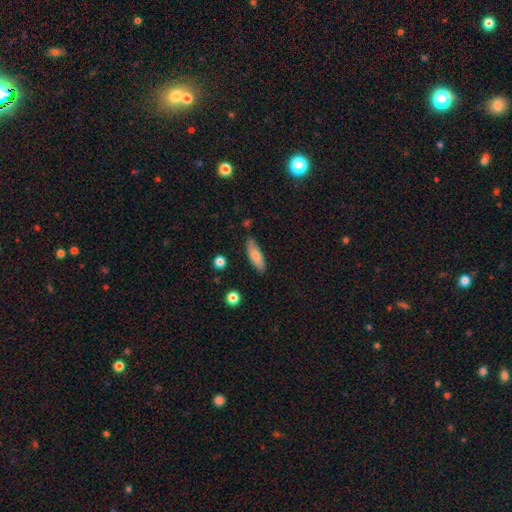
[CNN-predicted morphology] A smooth galaxy with no disk features (71%) that is in between round and cigar-shaped (61%). Merging: none (77%).